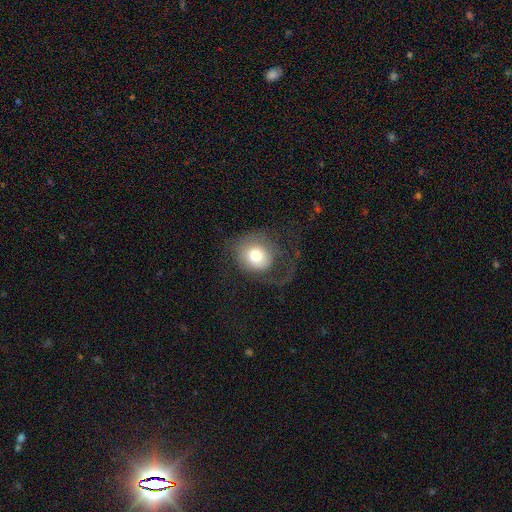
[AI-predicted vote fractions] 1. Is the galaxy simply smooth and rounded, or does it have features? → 67% smooth, 25% featured or disk, 8% star or artifact.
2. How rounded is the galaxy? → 76% round, 23% in between, 1% cigar-shaped.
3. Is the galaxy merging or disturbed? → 41% none, 40% major disturbance, 17% minor disturbance, 2% merger.